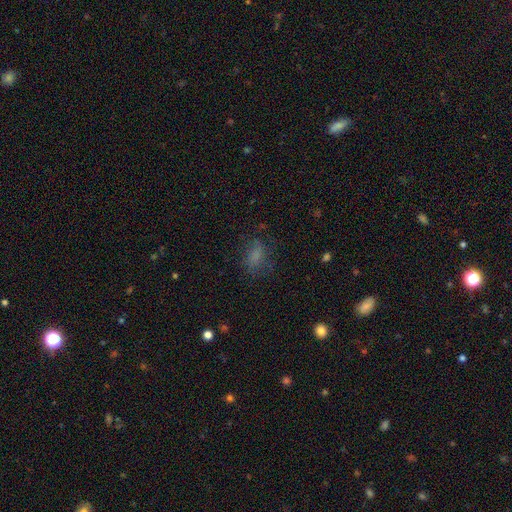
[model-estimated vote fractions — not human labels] A smooth galaxy with no disk features (67%) that is in between round and cigar-shaped (78%).

Vote fractions:
- Smooth or featured? smooth: 67% / star or artifact: 17% / featured or disk: 16%
- How rounded? in between: 78% / round: 16% / cigar-shaped: 5%
- Merging? none: 61% / minor disturbance: 21% / major disturbance: 16% / merger: 2%